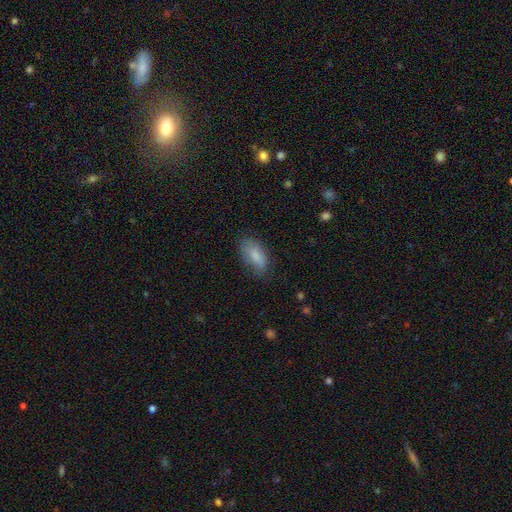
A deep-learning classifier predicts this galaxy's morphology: A smooth galaxy with no disk features (82%) that is in between round and cigar-shaped (89%).

Vote fractions:
- Smooth or featured? smooth: 82% / featured or disk: 11% / star or artifact: 7%
- How rounded? in between: 89% / cigar-shaped: 8% / round: 3%
- Merging? none: 68% / minor disturbance: 24% / major disturbance: 6% / merger: 2%